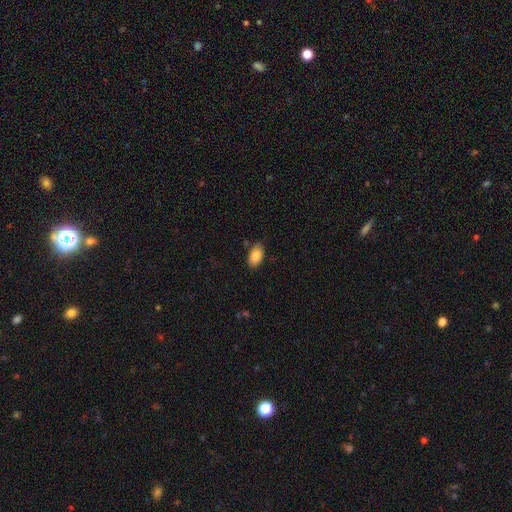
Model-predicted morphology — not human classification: smooth_or_featured: smooth (p=0.85) [alt: featured or disk p=0.08]
how_rounded: in between (p=0.93) [alt: round p=0.05]
merging: none (p=0.79) [alt: minor disturbance p=0.16]